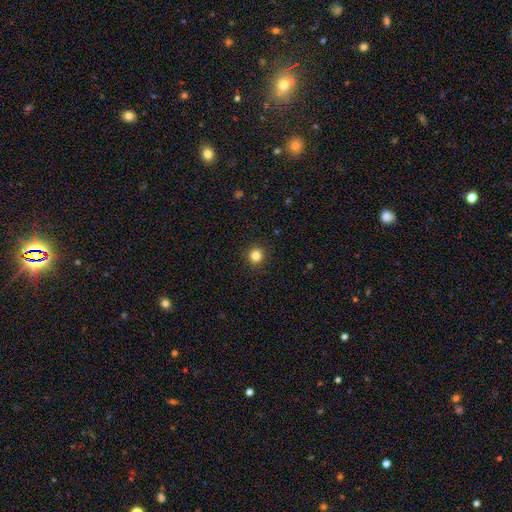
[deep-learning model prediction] A smooth galaxy with no disk features (83%) that is round (91%). Merging: none (92%).